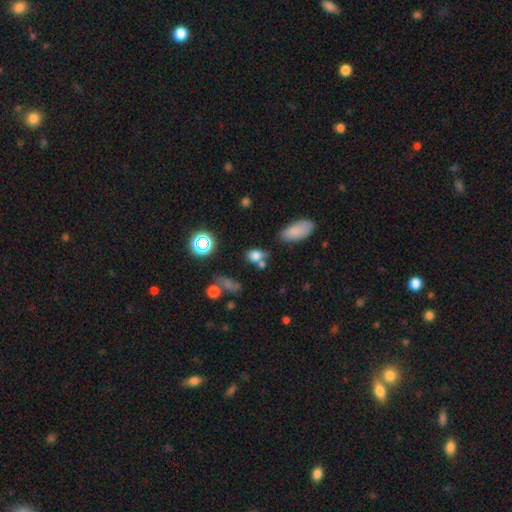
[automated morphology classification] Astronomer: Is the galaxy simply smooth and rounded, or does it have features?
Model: smooth — 76%.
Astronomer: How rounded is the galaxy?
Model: in between — 71%.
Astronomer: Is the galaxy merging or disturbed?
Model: none — 58%.